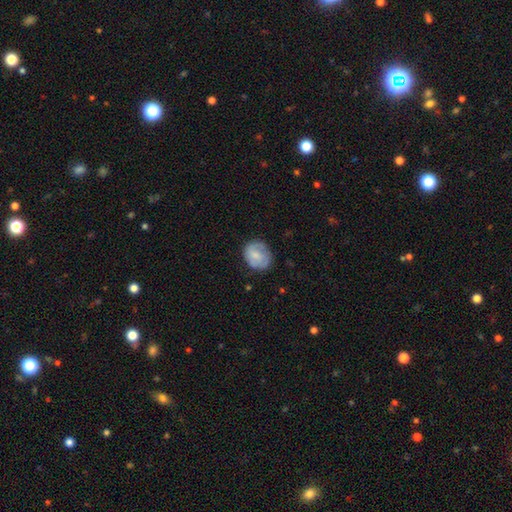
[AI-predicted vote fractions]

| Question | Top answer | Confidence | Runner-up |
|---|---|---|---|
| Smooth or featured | smooth | 62% | featured or disk (31%) |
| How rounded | round | 67% | in between (32%) |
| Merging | none | 71% | minor disturbance (21%) |